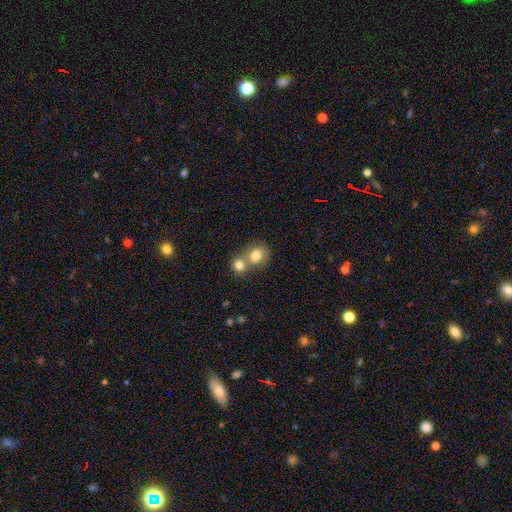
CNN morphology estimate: smooth 78%, featured or disk 13%, star or artifact 9%. Down the decision tree: how rounded — round (67%); merging — merger (57%).